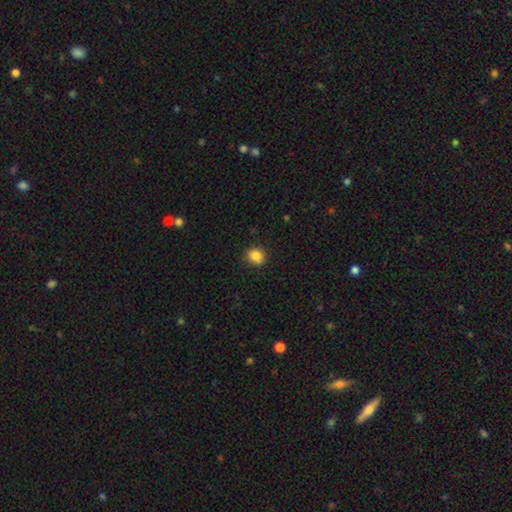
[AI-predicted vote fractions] Smooth or featured: smooth — 85% (star or artifact — 10%)
How rounded: round — 83% (in between — 16%)
Merging: none — 84% (minor disturbance — 12%)